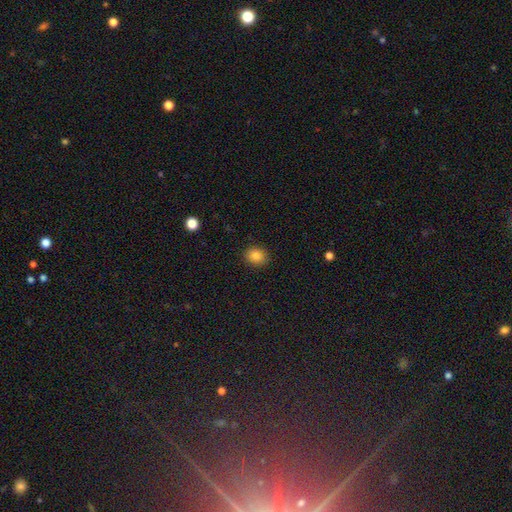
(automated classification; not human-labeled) This appears to be a smooth galaxy with no disk features (84%) that is round (64%). Merging: none (89%).